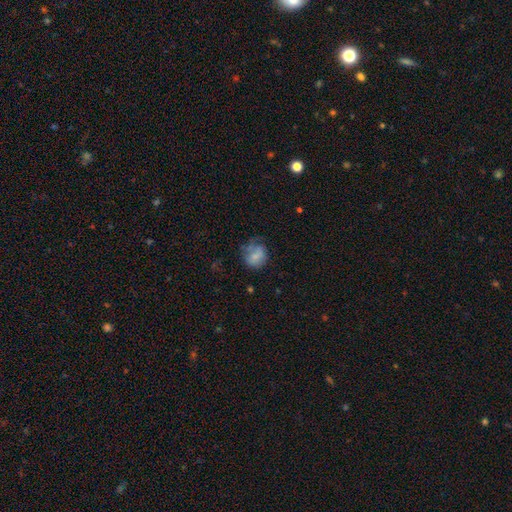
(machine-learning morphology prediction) Smooth or featured: smooth — 68% (featured or disk — 22%)
How rounded: round — 64% (in between — 35%)
Merging: none — 41% (minor disturbance — 31%)